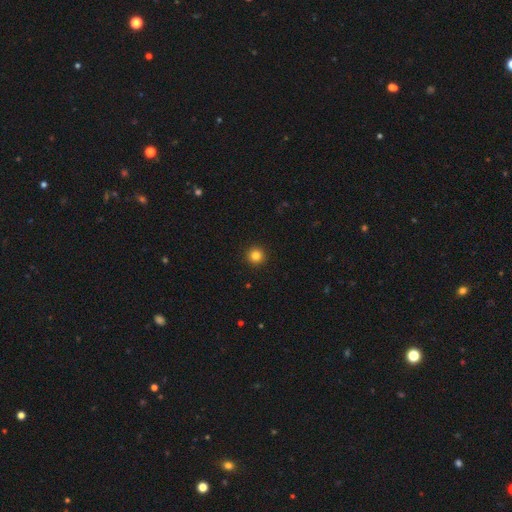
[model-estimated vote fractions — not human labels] Smooth or featured?
  - smooth: 83% *
  - star or artifact: 12%
  - featured or disk: 5%
How rounded?
  - round: 96% *
  - in between: 3%
  - cigar-shaped: 1%
Merging?
  - none: 94% *
  - minor disturbance: 4%
  - major disturbance: 1%
  - merger: 1%